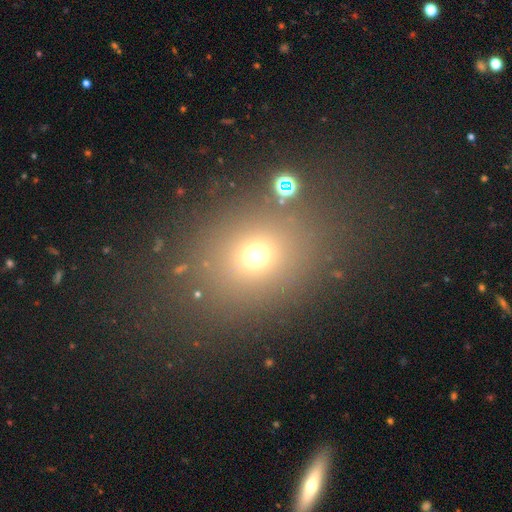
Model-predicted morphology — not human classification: A smooth galaxy with no disk features (67%) that is round (64%).

Vote fractions:
- Smooth or featured? smooth: 67% / star or artifact: 23% / featured or disk: 10%
- How rounded? round: 64% / in between: 34% / cigar-shaped: 1%
- Merging? none: 79% / minor disturbance: 10% / major disturbance: 6% / merger: 5%